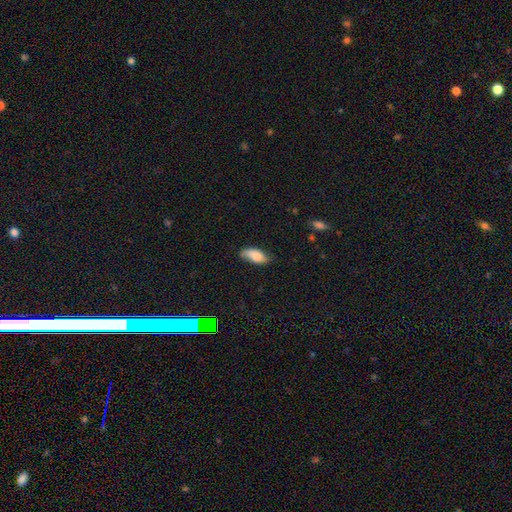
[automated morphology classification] Smooth or featured? smooth (76%)
How rounded? in between (86%)
Merging? none (61%)